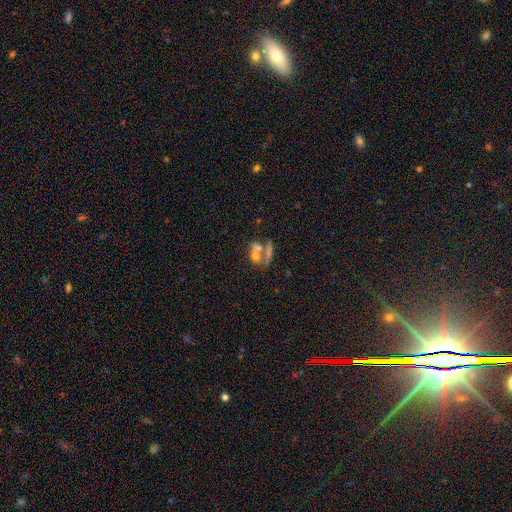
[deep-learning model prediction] Overall: smooth (55%; featured or disk 32%). How rounded: in between (63%; round 28%). Merging: merger (60%; none 24%).